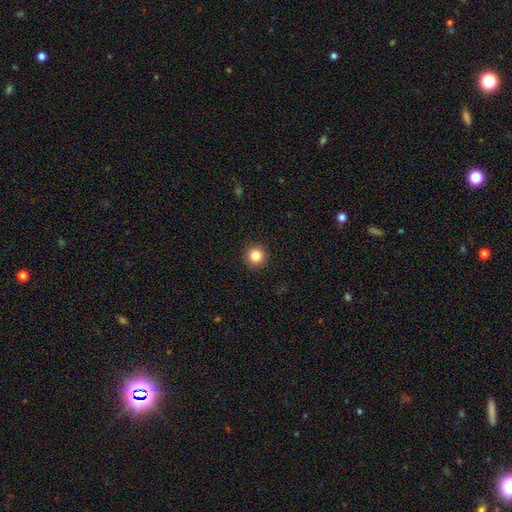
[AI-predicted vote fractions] Q: Smooth or featured?
A: smooth (84%); runner-up: star or artifact (11%)
Q: How rounded?
A: round (96%); runner-up: in between (3%)
Q: Merging?
A: none (93%); runner-up: minor disturbance (4%)